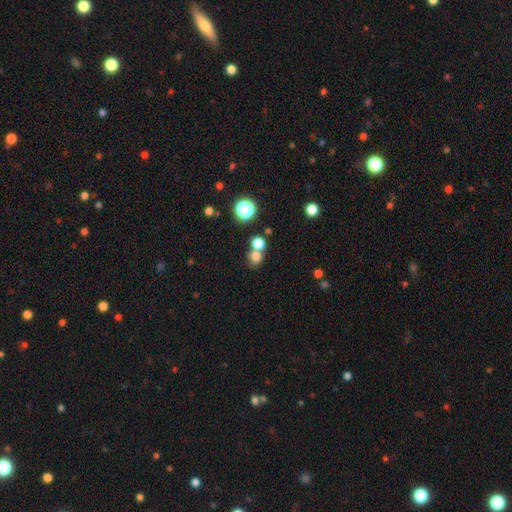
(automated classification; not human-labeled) Overall: smooth (76%). How rounded: round (79%). Merging: none (52%; merger 38%).